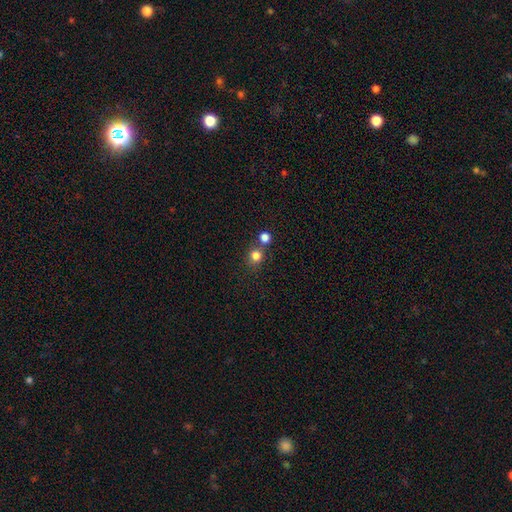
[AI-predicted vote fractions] The model was most divided on "merging": none: 63%, merger: 26%, minor disturbance: 8%, major disturbance: 3%. More confident: how rounded — round (88%); smooth or featured — smooth (80%).